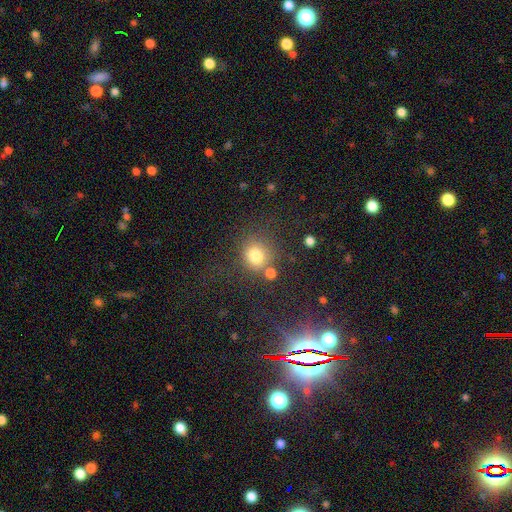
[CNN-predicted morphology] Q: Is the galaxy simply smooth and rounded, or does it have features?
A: smooth — 78%.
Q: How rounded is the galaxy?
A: round — 80%.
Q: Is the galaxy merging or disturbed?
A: none — 65%.